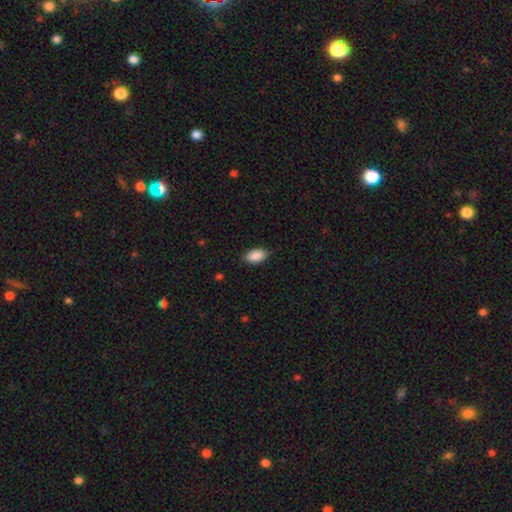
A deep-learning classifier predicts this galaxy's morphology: Smooth or featured?
  - smooth: 90% *
  - star or artifact: 6%
  - featured or disk: 4%
How rounded?
  - in between: 93% *
  - round: 4%
  - cigar-shaped: 2%
Merging?
  - none: 83% *
  - minor disturbance: 13%
  - major disturbance: 3%
  - merger: 1%